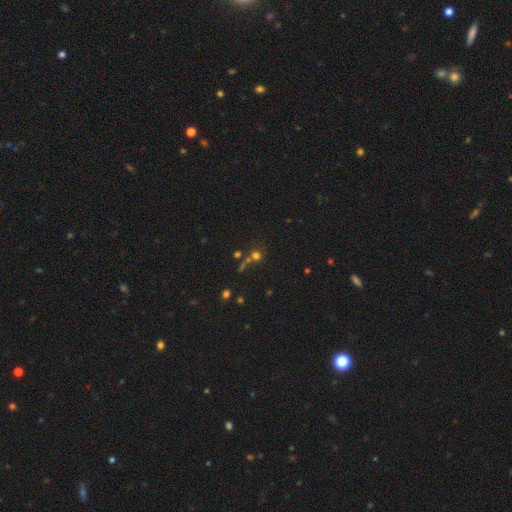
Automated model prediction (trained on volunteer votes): This is possibly a smooth galaxy (58%). How rounded: clearly round (89%). Merging: possibly none (55%).